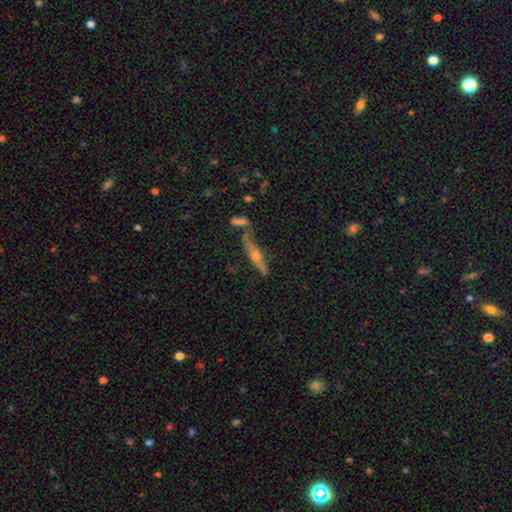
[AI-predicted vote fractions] smooth-or-featured: featured or disk: 69% | smooth: 23% | star or artifact: 8%
  disk-edge-on: yes: 92% | no: 8%
    edge-on-bulge: rounded: 92% | none: 6% | boxy: 3%
  merging: none: 66% | merger: 15% | minor disturbance: 14% | major disturbance: 5%